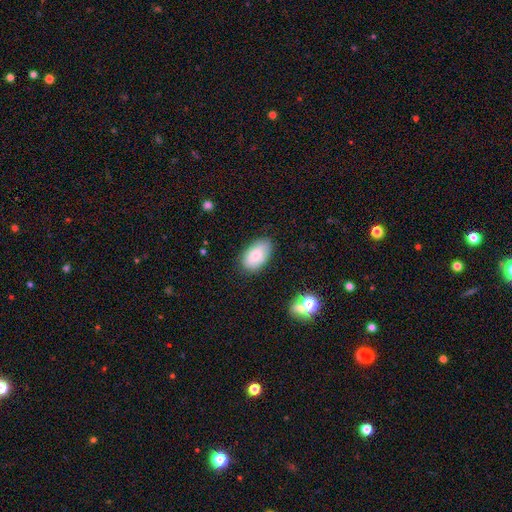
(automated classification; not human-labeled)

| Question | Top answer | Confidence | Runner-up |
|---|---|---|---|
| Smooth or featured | smooth | 78% | featured or disk (15%) |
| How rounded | in between | 93% | round (5%) |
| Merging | none | 79% | minor disturbance (16%) |